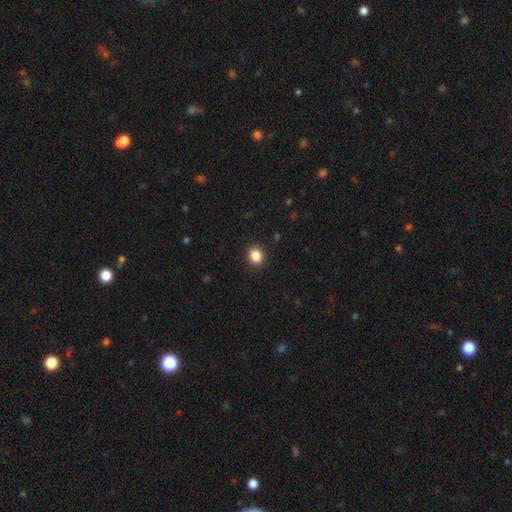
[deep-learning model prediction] Smooth or featured: smooth — 86% (star or artifact — 10%)
How rounded: round — 66% (in between — 33%)
Merging: none — 91% (minor disturbance — 6%)